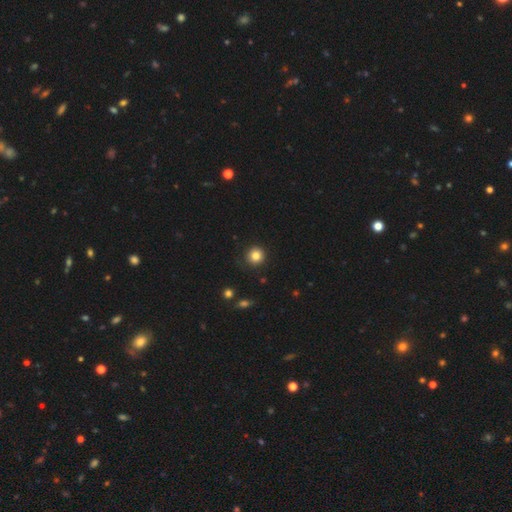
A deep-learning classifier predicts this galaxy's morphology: Smooth or featured?
  - smooth: 83% *
  - star or artifact: 11%
  - featured or disk: 6%
How rounded?
  - round: 94% *
  - in between: 5%
  - cigar-shaped: 1%
Merging?
  - none: 90% *
  - minor disturbance: 7%
  - major disturbance: 2%
  - merger: 1%